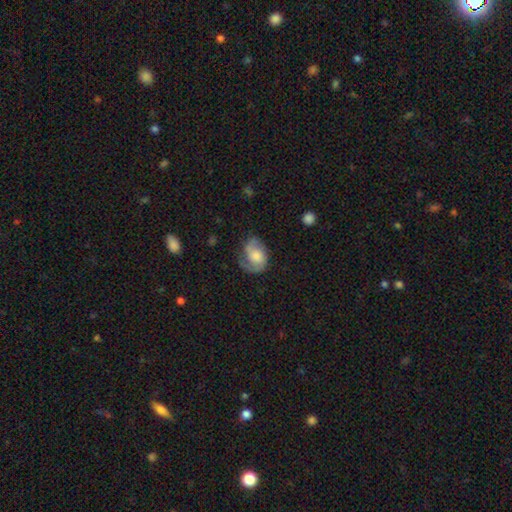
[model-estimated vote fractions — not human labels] Smooth or featured: featured or disk — 62% (smooth — 31%)
Edge-on disk: no — 97% (yes — 3%)
Bar: no — 69% (weak — 27%)
Spiral arms: yes — 90% (no — 10%)
Spiral winding: medium — 46% (loose — 28%)
Spiral arm count: 2 — 73% (1 — 15%)
Bulge size: moderate — 34% (large — 30%)
Merging: none — 55% (minor disturbance — 26%)